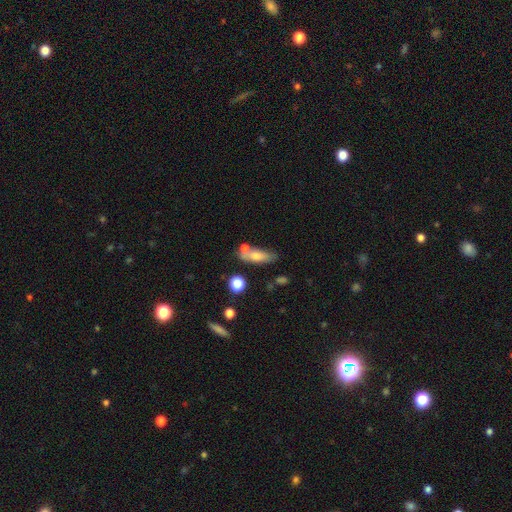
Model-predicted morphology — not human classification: smooth-or-featured: smooth: 66% | featured or disk: 26% | star or artifact: 9%
  how-rounded: in between: 58% | cigar-shaped: 37% | round: 5%
  merging: none: 51% | merger: 23% | minor disturbance: 19% | major disturbance: 8%